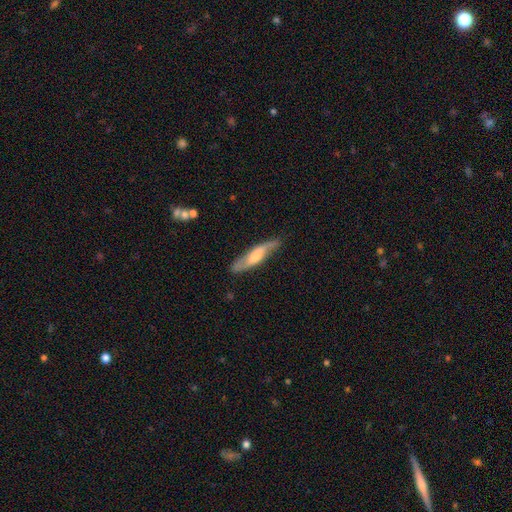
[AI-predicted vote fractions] smooth_or_featured: featured or disk (p=0.55) [alt: smooth p=0.40]
disk_edge_on: no (p=0.55) [alt: yes p=0.45]
merging: none (p=0.76) [alt: minor disturbance p=0.18]